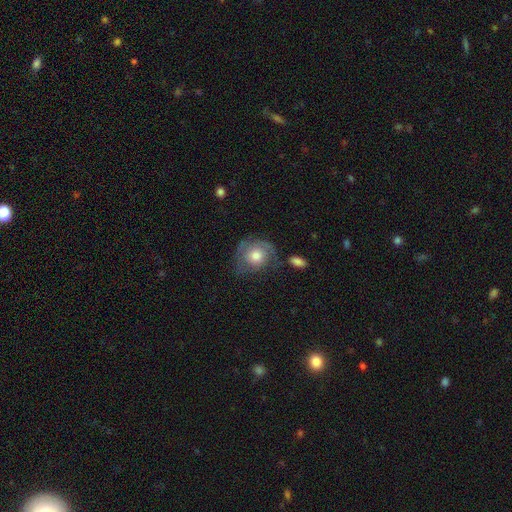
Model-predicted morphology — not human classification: Overall: smooth (51%; featured or disk 42%). How rounded: round (79%). Merging: none (53%; minor disturbance 26%).